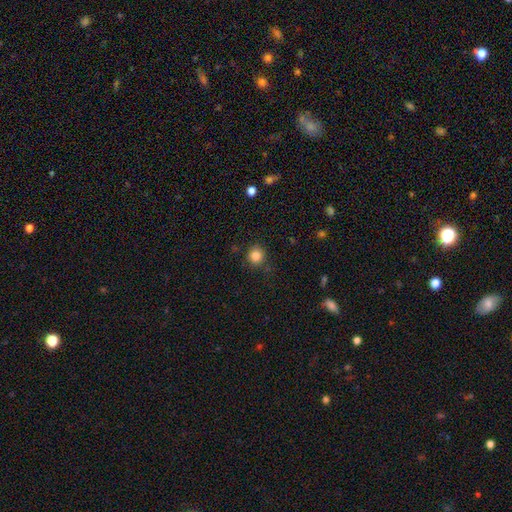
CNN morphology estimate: Smooth or featured: smooth — 84% (star or artifact — 11%)
How rounded: round — 89% (in between — 10%)
Merging: none — 86% (minor disturbance — 10%)